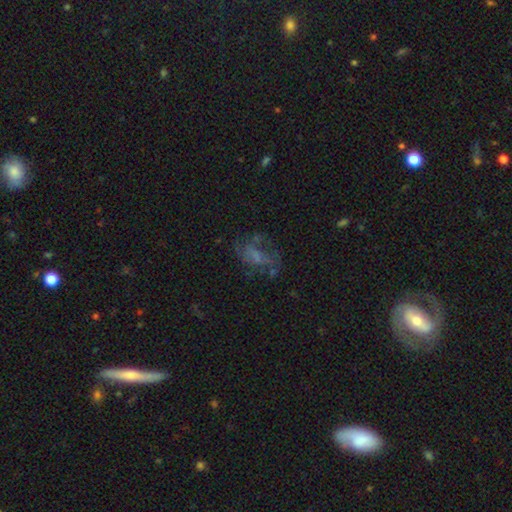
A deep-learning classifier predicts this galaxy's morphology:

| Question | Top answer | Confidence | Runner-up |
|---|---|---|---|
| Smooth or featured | featured or disk | 46% | smooth (36%) |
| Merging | none | 43% | major disturbance (32%) |